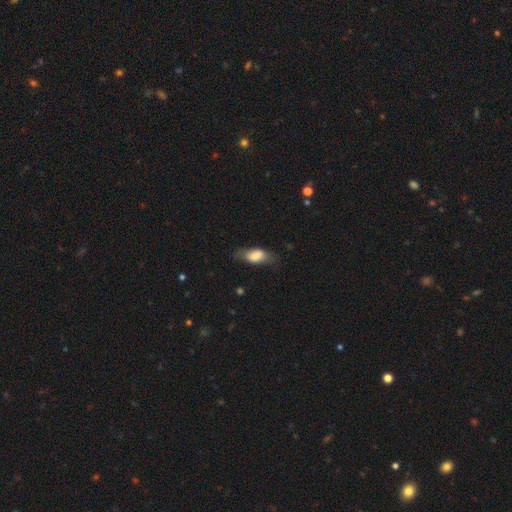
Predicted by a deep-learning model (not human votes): smooth_or_featured: smooth (p=0.73) [alt: featured or disk p=0.19]
how_rounded: in between (p=0.79) [alt: cigar-shaped p=0.17]
merging: none (p=0.65) [alt: minor disturbance p=0.23]